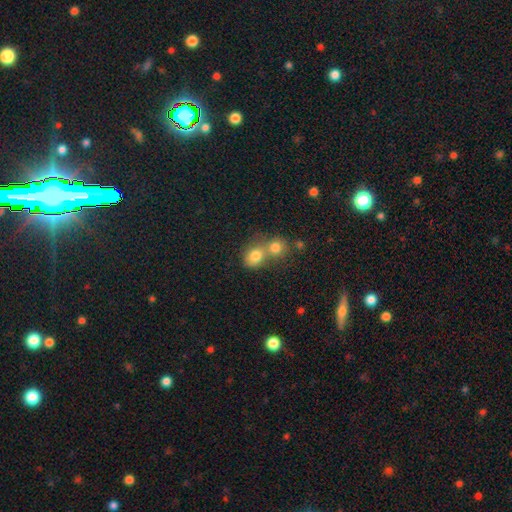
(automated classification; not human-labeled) Smooth or featured?
  - smooth: 77% *
  - star or artifact: 12%
  - featured or disk: 11%
How rounded?
  - round: 63% *
  - in between: 36%
  - cigar-shaped: 1%
Merging?
  - merger: 60% *
  - none: 30%
  - minor disturbance: 7%
  - major disturbance: 3%